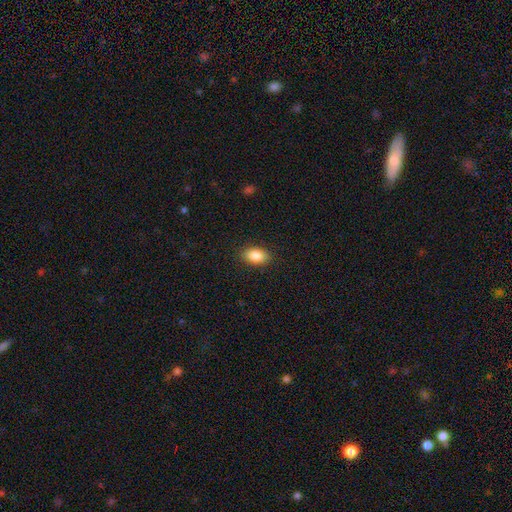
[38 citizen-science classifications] Morphology: type=smooth (89%); roundness=in between (85%); merging=none (97%).